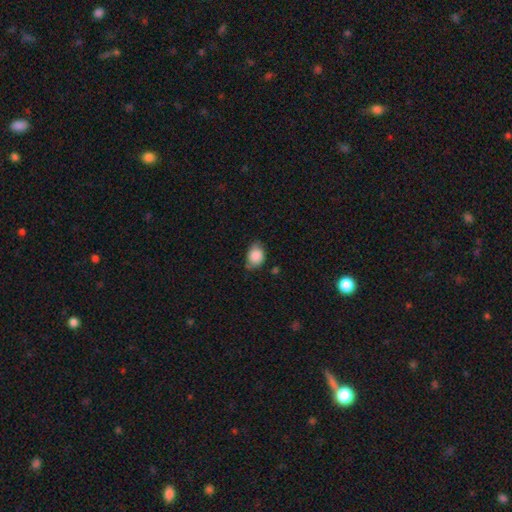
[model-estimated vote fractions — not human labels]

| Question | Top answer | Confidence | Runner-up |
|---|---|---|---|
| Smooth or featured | smooth | 86% | star or artifact (7%) |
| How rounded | in between | 71% | round (28%) |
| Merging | none | 60% | minor disturbance (32%) |